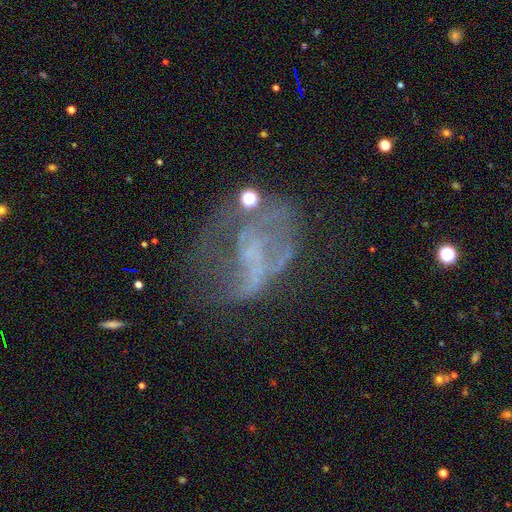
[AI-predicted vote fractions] featured or disk 62%, star or artifact 20%, smooth 18%. Down the decision tree: edge-on disk — no (97%); bar — no (73%); spiral arms — no (65%); bulge size — none (73%); merging — major disturbance (42%).